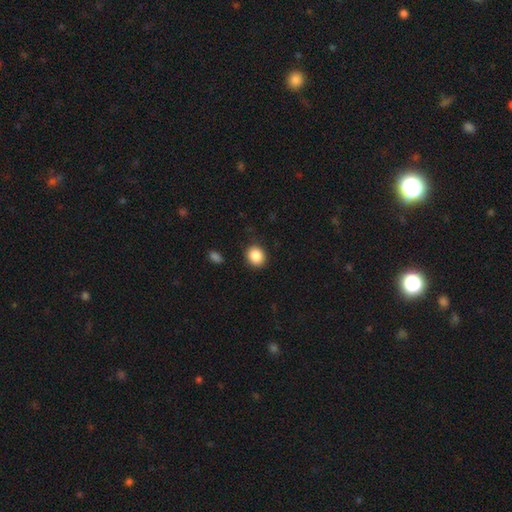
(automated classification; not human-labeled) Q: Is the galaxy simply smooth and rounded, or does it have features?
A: smooth — 88%.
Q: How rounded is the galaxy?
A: round — 69%.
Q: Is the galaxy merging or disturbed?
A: none — 88%.